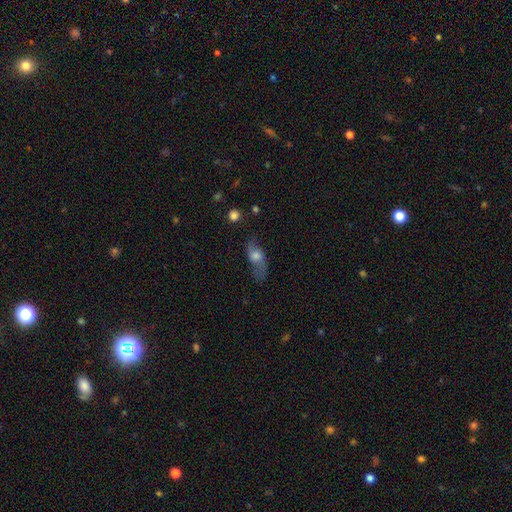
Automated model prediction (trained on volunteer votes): featured or disk 49%, smooth 42%, star or artifact 10%. Down the decision tree: merging — none (59%).